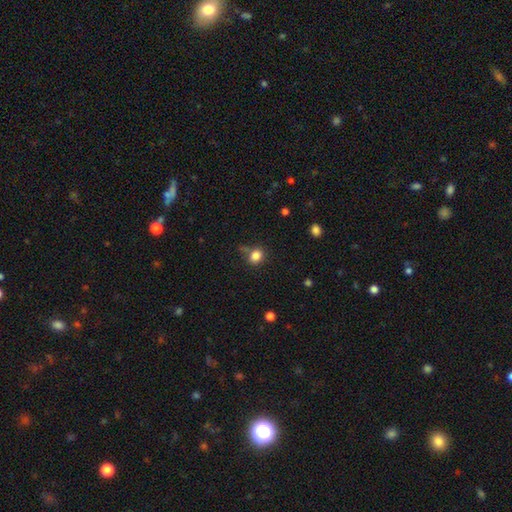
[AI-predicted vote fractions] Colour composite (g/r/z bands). It shows a smooth galaxy with no disk features (83%) that is round (67%). Merging: none (67%).